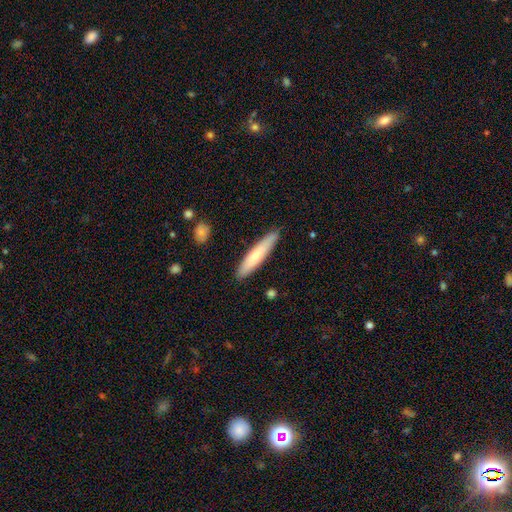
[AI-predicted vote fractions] A smooth galaxy with no disk features (68%) that is cigar-shaped (87%).

Vote fractions:
- Smooth or featured? smooth: 68% / featured or disk: 27% / star or artifact: 5%
- How rounded? cigar-shaped: 87% / in between: 12% / round: 1%
- Merging? none: 87% / minor disturbance: 10% / major disturbance: 2% / merger: 1%